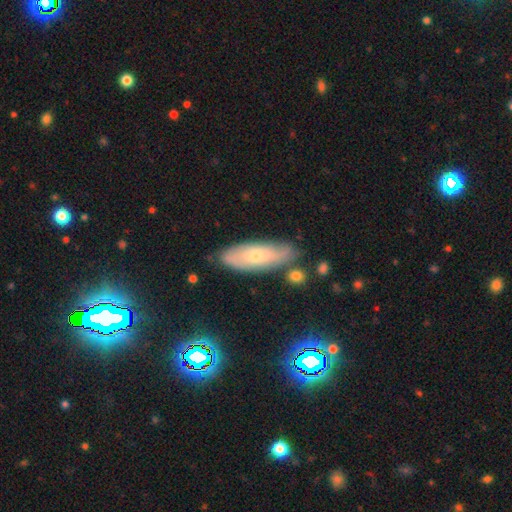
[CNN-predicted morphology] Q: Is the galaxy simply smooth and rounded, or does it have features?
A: smooth — 54%.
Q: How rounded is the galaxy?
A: in between — 61%.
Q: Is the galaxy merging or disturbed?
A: none — 74%.